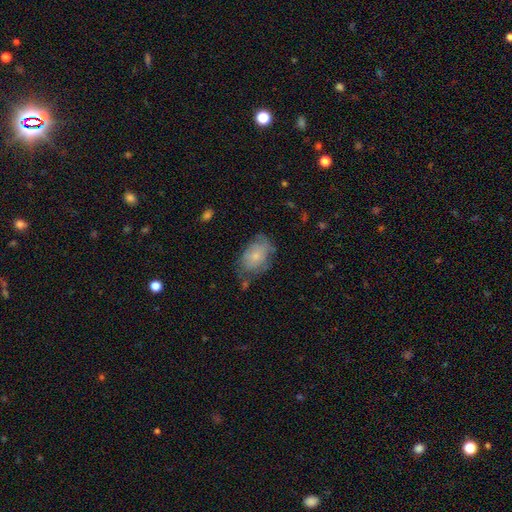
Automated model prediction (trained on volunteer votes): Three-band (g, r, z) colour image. It shows a smooth galaxy with no disk features (66%) that is in between round and cigar-shaped (86%). Merging: none (51%).